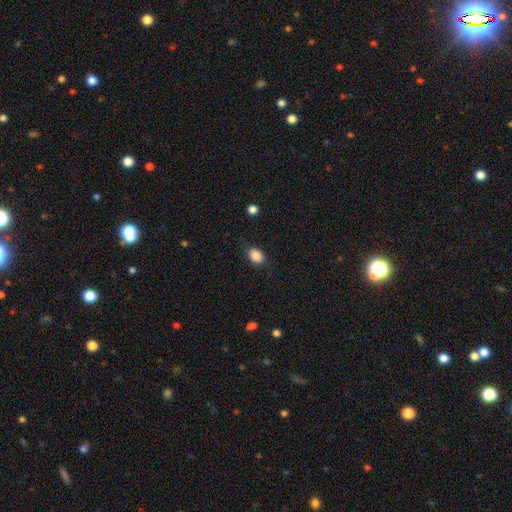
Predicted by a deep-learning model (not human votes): smooth 87%, star or artifact 9%, featured or disk 4%. Down the decision tree: how rounded — in between (67%); merging — none (79%).